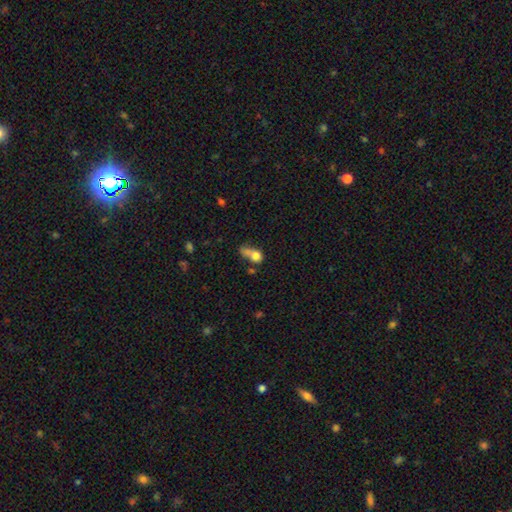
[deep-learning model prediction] Smooth or featured: smooth — 72% (featured or disk — 16%)
How rounded: in between — 52% (round — 42%)
Merging: merger — 41% (none — 23%)